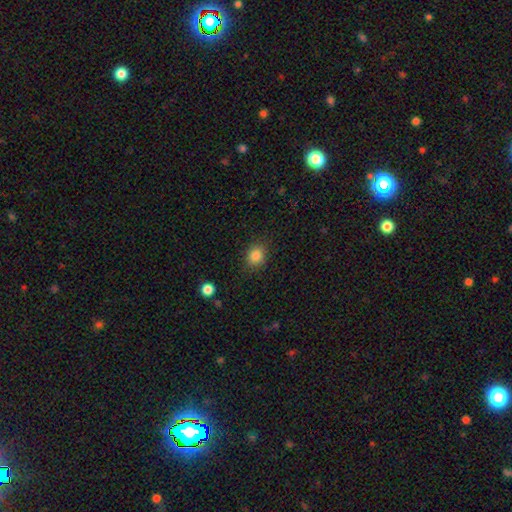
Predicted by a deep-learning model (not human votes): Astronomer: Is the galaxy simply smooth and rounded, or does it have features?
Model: smooth — 83%.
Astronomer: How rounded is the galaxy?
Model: round — 64%.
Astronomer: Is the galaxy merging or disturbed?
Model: none — 86%.